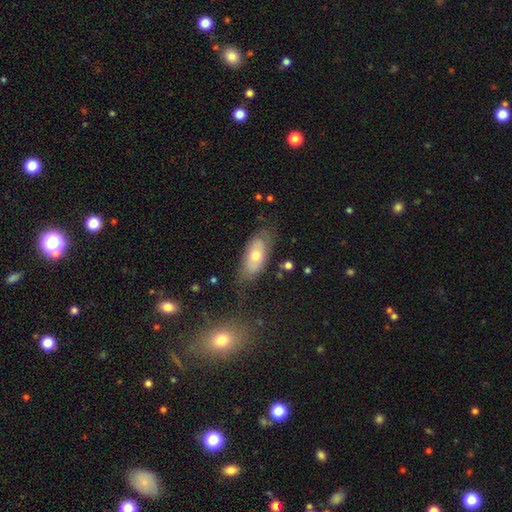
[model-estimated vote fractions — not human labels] Smooth or featured?
  - smooth: 54% *
  - featured or disk: 38%
  - star or artifact: 7%
How rounded?
  - in between: 84% *
  - cigar-shaped: 12%
  - round: 4%
Merging?
  - none: 68% *
  - minor disturbance: 22%
  - major disturbance: 7%
  - merger: 3%